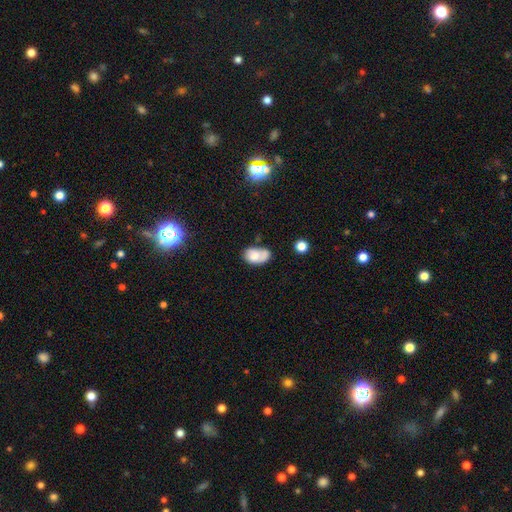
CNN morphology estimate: A smooth galaxy with no disk features (65%) that is in between round and cigar-shaped (87%). Merging: none (33%).